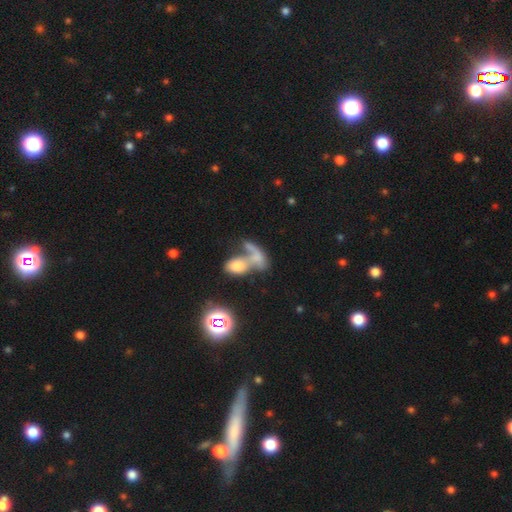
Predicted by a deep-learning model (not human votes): This is possibly a smooth galaxy (58%). How rounded: likely in between (78%). Merging: likely merger (66%).